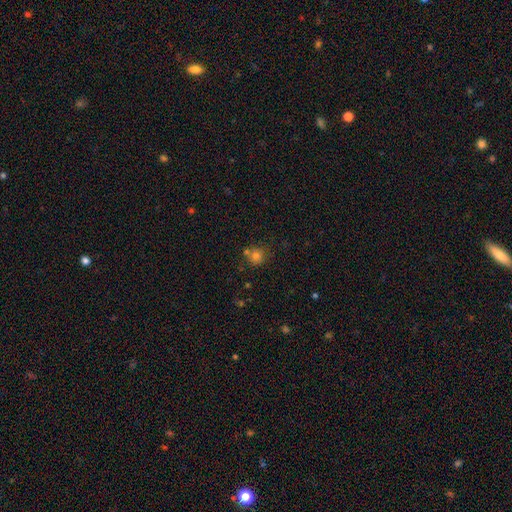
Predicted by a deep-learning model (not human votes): Smooth or featured? smooth (75%)
How rounded? round (88%)
Merging? none (67%)